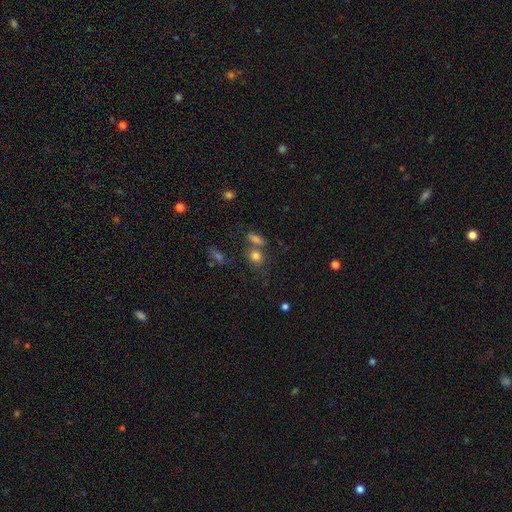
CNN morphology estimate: Overall: smooth (77%). How rounded: round (59%; in between 38%). Merging: none (53%; merger 28%).